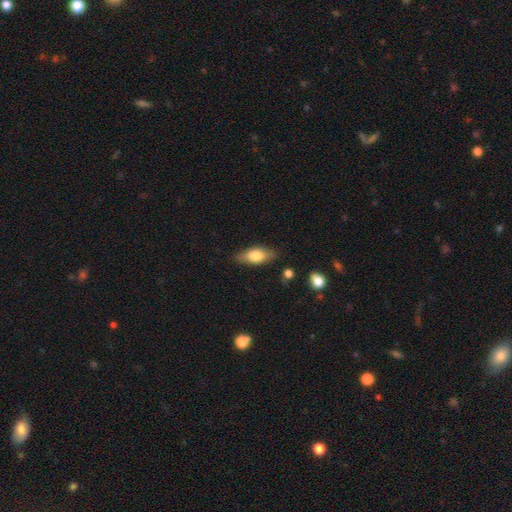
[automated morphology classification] Q: Smooth or featured?
A: smooth (70%); runner-up: featured or disk (23%)
Q: How rounded?
A: in between (78%); runner-up: cigar-shaped (18%)
Q: Merging?
A: none (81%); runner-up: minor disturbance (14%)